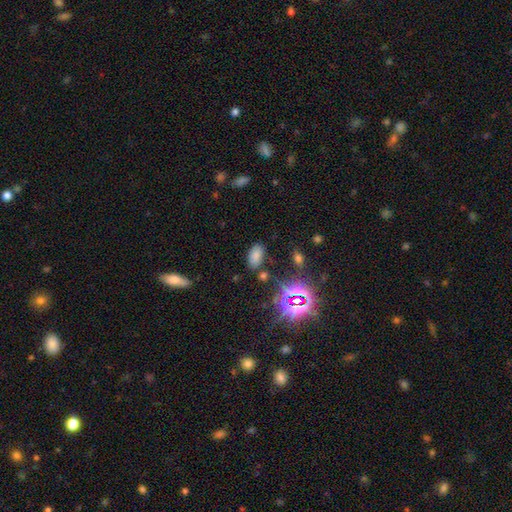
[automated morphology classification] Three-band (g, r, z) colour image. It shows a smooth galaxy with no disk features (69%) that is in between round and cigar-shaped (93%). Merging: none (80%).